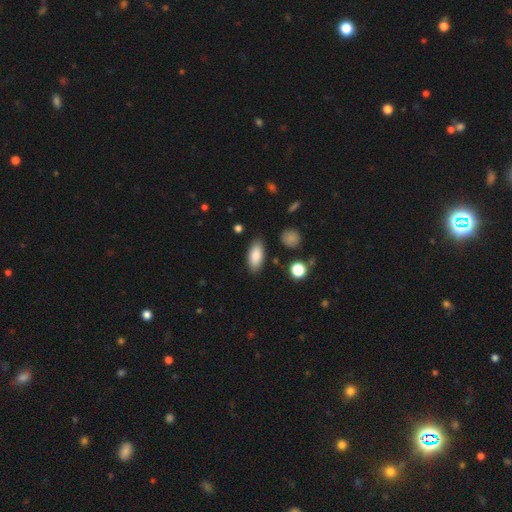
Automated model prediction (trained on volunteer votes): This is clearly a smooth galaxy (84%). How rounded: clearly in between (84%). Merging: clearly none (84%).